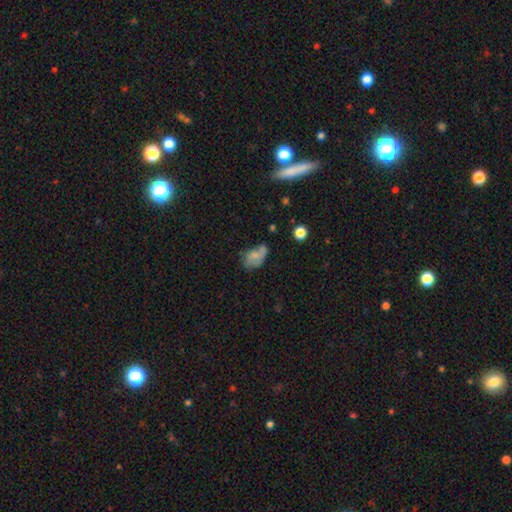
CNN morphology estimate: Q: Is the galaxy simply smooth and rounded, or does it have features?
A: smooth — 64%.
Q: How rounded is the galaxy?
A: in between — 87%.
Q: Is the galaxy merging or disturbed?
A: none — 36%.